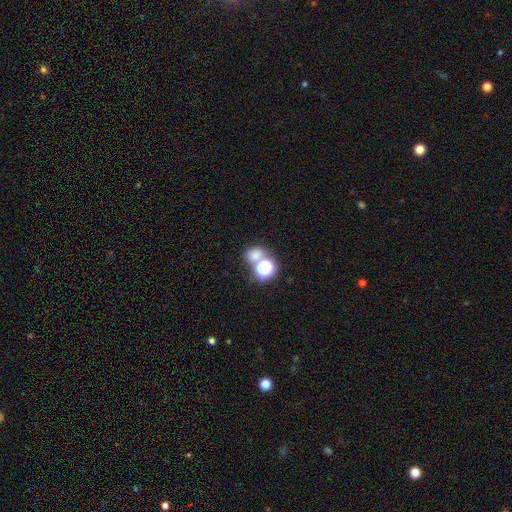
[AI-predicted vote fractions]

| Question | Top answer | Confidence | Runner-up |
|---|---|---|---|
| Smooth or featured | smooth | 65% | star or artifact (26%) |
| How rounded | round | 66% | in between (33%) |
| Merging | none | 52% | merger (36%) |